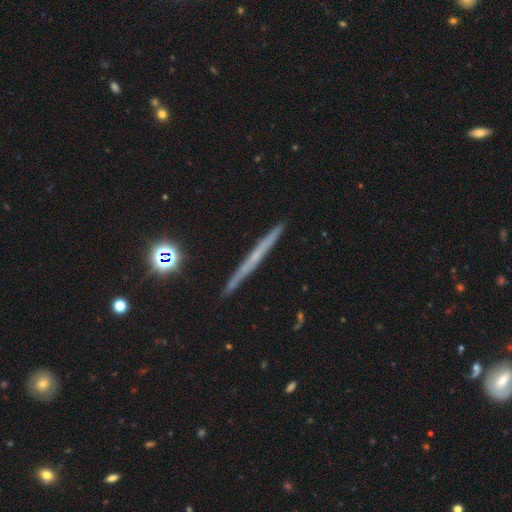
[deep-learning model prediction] This appears to be a featured or disk galaxy (57%) viewed edge-on (97%) with no central bulge (85%). Merging: none (90%).